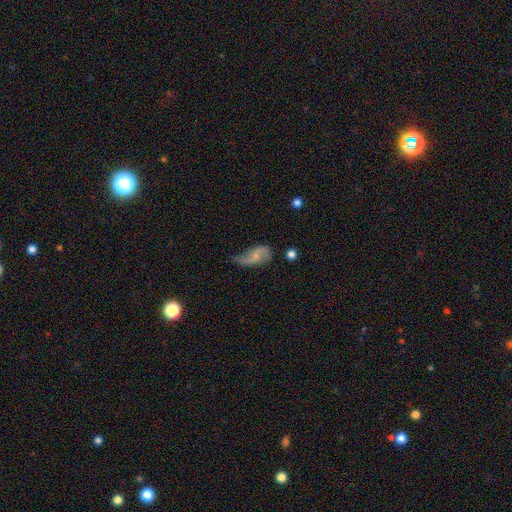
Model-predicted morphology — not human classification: featured or disk 66%, smooth 26%, star or artifact 8%. Down the decision tree: edge-on disk — no (95%); bar — no (60%); spiral arms — yes (87%); spiral arm count — 2 (86%); spiral winding — loose (79%); bulge size — small (57%); merging — none (44%).